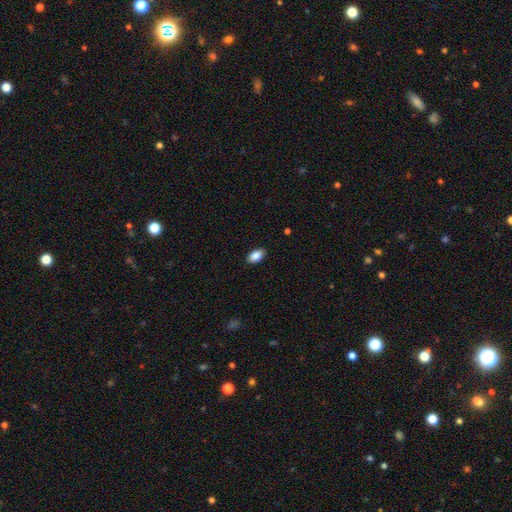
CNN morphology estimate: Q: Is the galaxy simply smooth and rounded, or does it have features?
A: smooth — 88%.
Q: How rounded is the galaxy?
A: in between — 93%.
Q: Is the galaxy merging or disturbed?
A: none — 89%.